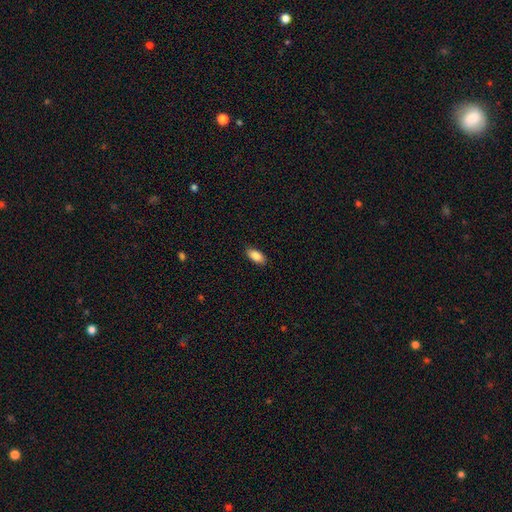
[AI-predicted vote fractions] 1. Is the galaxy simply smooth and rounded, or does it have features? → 88% smooth, 7% star or artifact, 5% featured or disk.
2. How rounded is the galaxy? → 89% in between, 8% cigar-shaped, 2% round.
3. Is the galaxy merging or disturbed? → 88% none, 9% minor disturbance, 2% major disturbance, 1% merger.